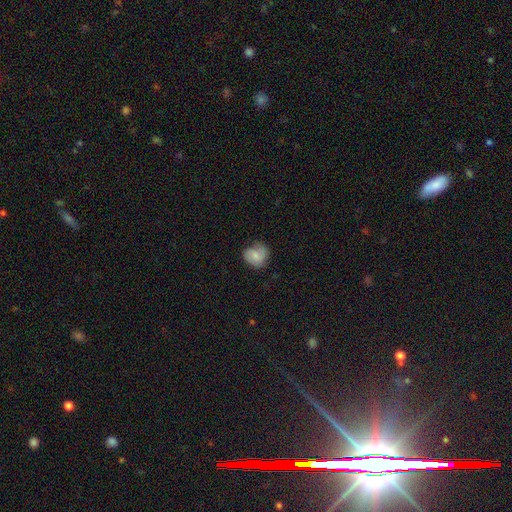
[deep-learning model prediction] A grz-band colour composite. It shows a smooth galaxy with no disk features (68%) that is round (68%). Merging: none (56%).